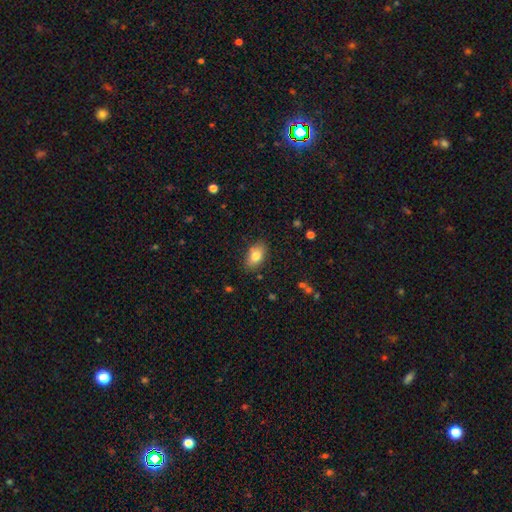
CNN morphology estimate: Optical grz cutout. It shows a smooth galaxy with no disk features (80%) that is in between round and cigar-shaped (89%). Merging: none (83%).